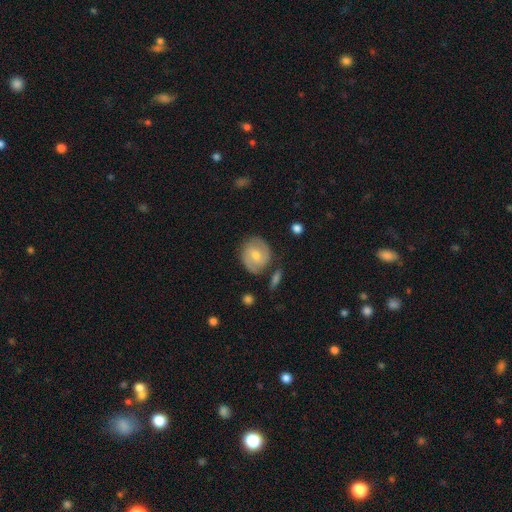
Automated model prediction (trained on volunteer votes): Smooth or featured: featured or disk — 47% (smooth — 46%)
Merging: none — 76% (minor disturbance — 15%)